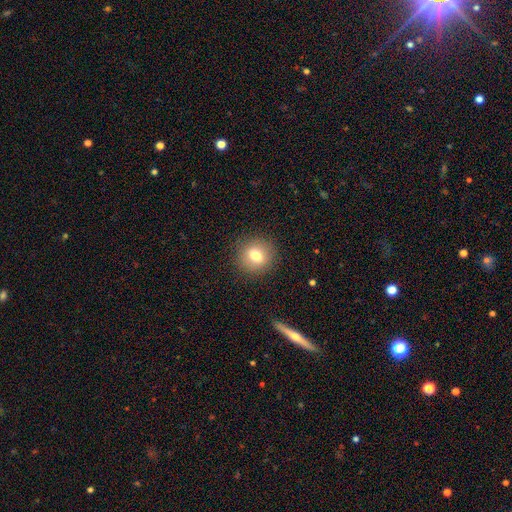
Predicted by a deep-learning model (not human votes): smooth-or-featured: smooth: 75% | featured or disk: 14% | star or artifact: 11%
  how-rounded: round: 85% | in between: 14% | cigar-shaped: 1%
  merging: none: 89% | minor disturbance: 7% | major disturbance: 3% | merger: 1%